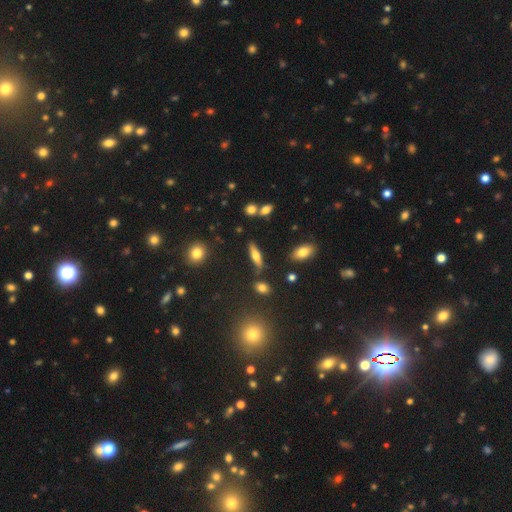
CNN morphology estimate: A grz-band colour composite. It shows a smooth galaxy with no disk features (49%). Merging: none (78%).